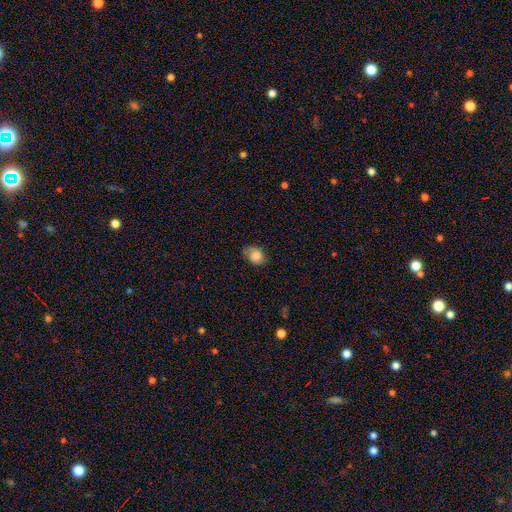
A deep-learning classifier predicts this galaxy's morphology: type=smooth (81%); roundness=in between (53%); merging=none (56%).